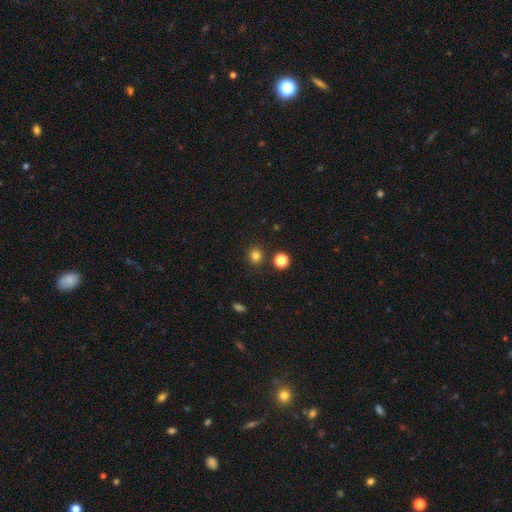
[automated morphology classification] type=smooth (81%); roundness=round (79%); merging=none (85%).